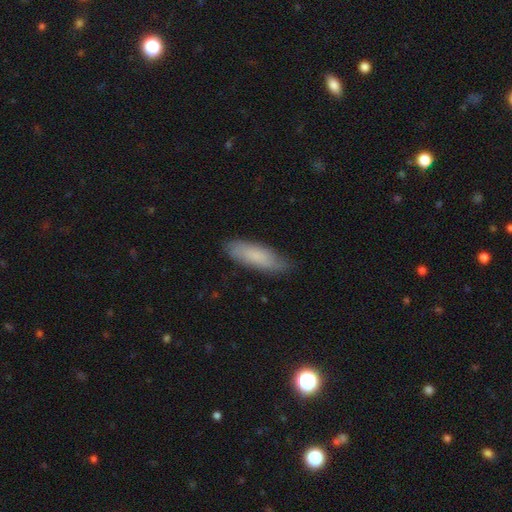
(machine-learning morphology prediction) Smooth or featured? Predicted: smooth (p=0.76). How rounded? Predicted: cigar-shaped (p=0.51). Merging? Predicted: none (p=0.80).